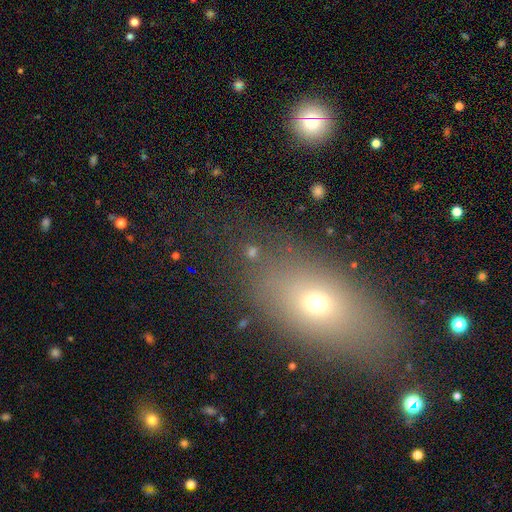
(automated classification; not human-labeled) smooth 60%, star or artifact 24%, featured or disk 17%. Down the decision tree: how rounded — in between (66%); merging — none (74%).